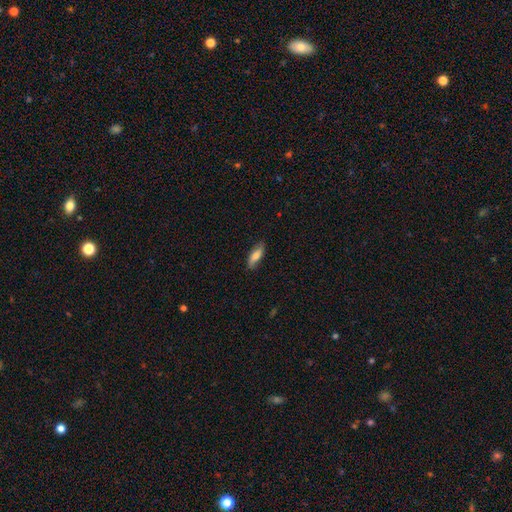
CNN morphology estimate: Smooth or featured? Predicted: smooth (p=0.75). How rounded? Predicted: in between (p=0.63). Merging? Predicted: none (p=0.80).